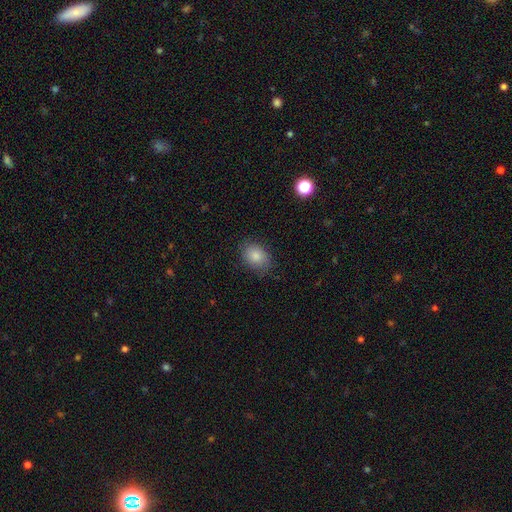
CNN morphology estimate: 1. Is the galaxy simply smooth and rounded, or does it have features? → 84% smooth, 8% featured or disk, 8% star or artifact.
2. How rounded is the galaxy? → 71% in between, 28% round, 1% cigar-shaped.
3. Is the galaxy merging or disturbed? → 75% none, 19% minor disturbance, 5% major disturbance, 1% merger.